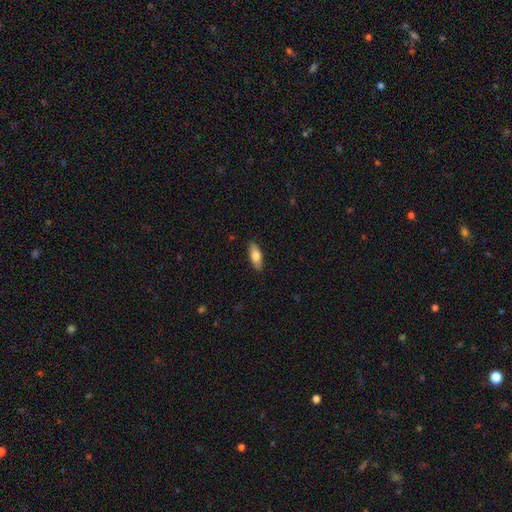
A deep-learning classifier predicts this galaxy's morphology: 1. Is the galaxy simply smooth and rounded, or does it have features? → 76% smooth, 18% featured or disk, 6% star or artifact.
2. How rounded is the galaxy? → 72% in between, 26% cigar-shaped, 2% round.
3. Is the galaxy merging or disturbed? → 87% none, 10% minor disturbance, 2% major disturbance, 1% merger.